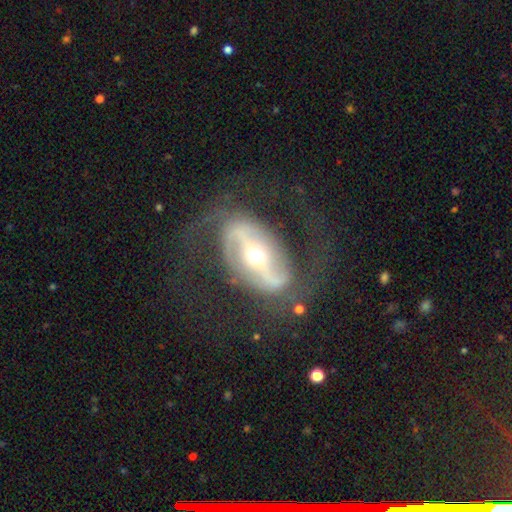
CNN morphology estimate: smooth_or_featured: featured or disk (p=0.84) [alt: smooth p=0.11]
disk_edge_on: no (p=0.93) [alt: yes p=0.07]
bar: strong (p=0.61) [alt: weak p=0.24]
has_spiral_arms: yes (p=0.80) [alt: no p=0.20]
spiral_winding: loose (p=0.46) [alt: medium p=0.38]
spiral_arm_count: 2 (p=0.87) [alt: can't tell p=0.06]
bulge_size: moderate (p=0.68) [alt: small p=0.23]
merging: none (p=0.69) [alt: major disturbance p=0.16]